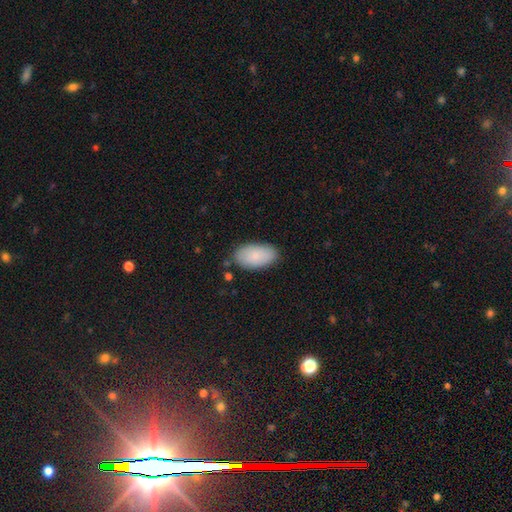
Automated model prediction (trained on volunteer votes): Smooth or featured? Predicted: smooth (p=0.85). How rounded? Predicted: in between (p=0.95). Merging? Predicted: none (p=0.83).